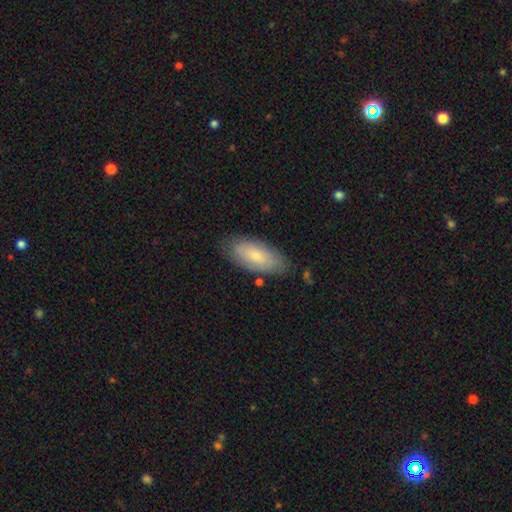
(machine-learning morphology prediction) smooth-or-featured: smooth: 70% | featured or disk: 24% | star or artifact: 6%
  how-rounded: in between: 88% | cigar-shaped: 10% | round: 2%
  merging: none: 77% | minor disturbance: 17% | major disturbance: 4% | merger: 2%